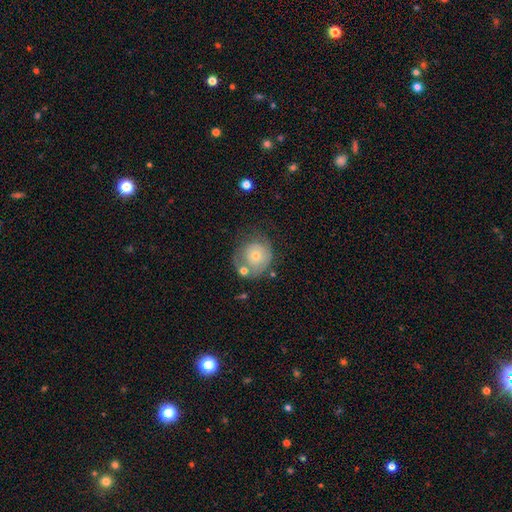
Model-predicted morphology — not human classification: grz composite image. It shows a smooth galaxy with no disk features (53%) that is round (83%). Merging: none (51%).